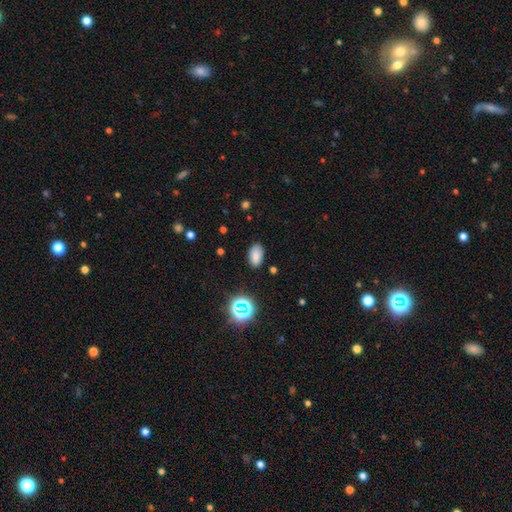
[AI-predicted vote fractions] Smooth or featured? smooth (80%)
How rounded? in between (92%)
Merging? none (84%)